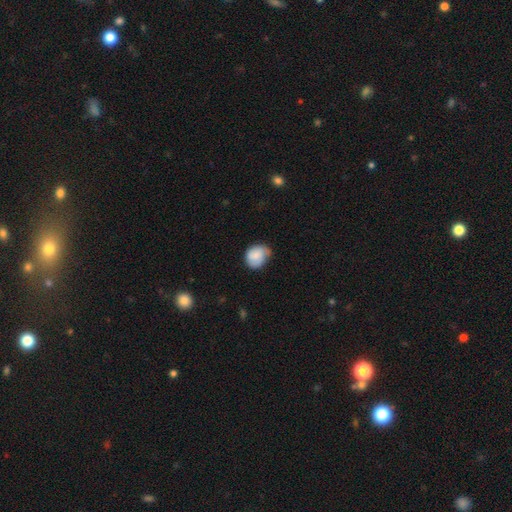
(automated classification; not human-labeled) Smooth or featured?
  - smooth: 75% *
  - featured or disk: 18%
  - star or artifact: 7%
How rounded?
  - round: 50% *
  - in between: 49%
  - cigar-shaped: 1%
Merging?
  - none: 50% *
  - minor disturbance: 39%
  - major disturbance: 9%
  - merger: 2%